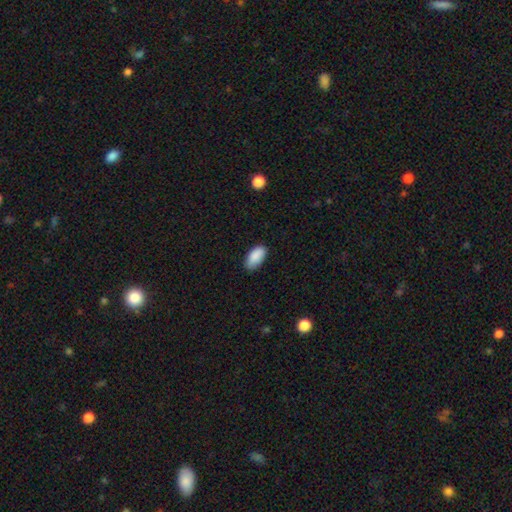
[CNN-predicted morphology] Smooth or featured: smooth — 89% (star or artifact — 7%)
How rounded: in between — 94% (cigar-shaped — 3%)
Merging: none — 81% (minor disturbance — 15%)